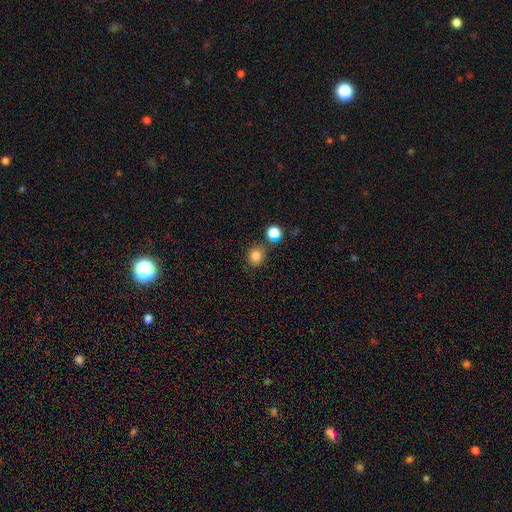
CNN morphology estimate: smooth-or-featured: smooth: 82% | star or artifact: 13% | featured or disk: 6%
  how-rounded: round: 81% | in between: 18% | cigar-shaped: 1%
  merging: none: 78% | minor disturbance: 11% | merger: 8% | major disturbance: 3%